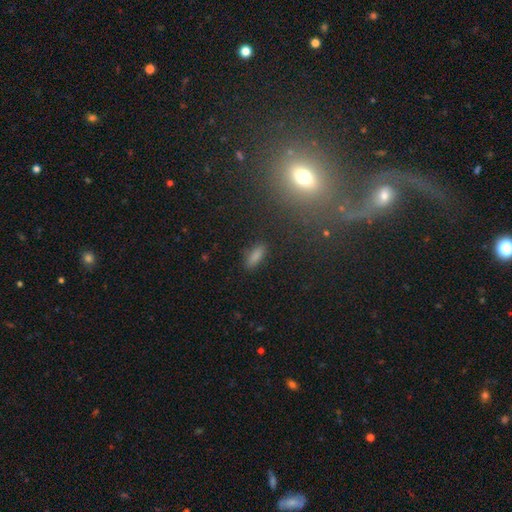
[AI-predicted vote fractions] This is clearly a smooth galaxy (81%). How rounded: likely in between (72%). Merging: clearly none (85%).